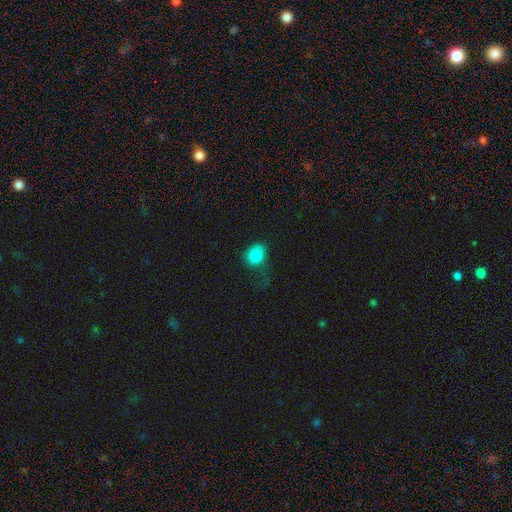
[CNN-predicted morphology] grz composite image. It shows a smooth galaxy with no disk features (83%) that is round (54%). Merging: none (40%).